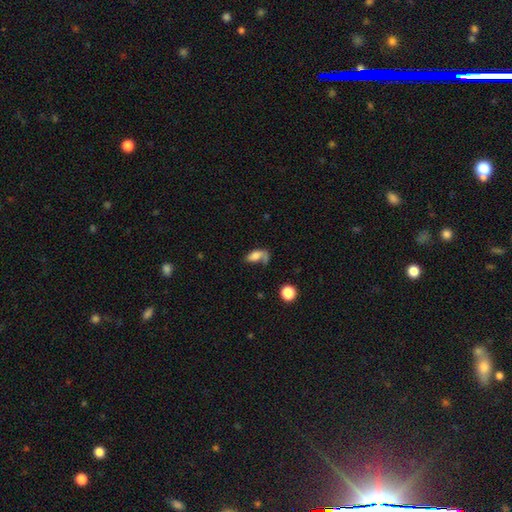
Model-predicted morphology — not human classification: Smooth or featured?
  - smooth: 68% *
  - featured or disk: 22%
  - star or artifact: 10%
How rounded?
  - in between: 84% *
  - cigar-shaped: 10%
  - round: 7%
Merging?
  - none: 37% *
  - major disturbance: 29%
  - minor disturbance: 20%
  - merger: 14%